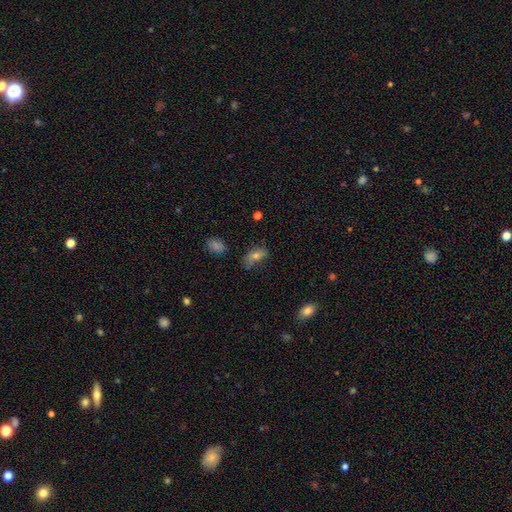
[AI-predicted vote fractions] This appears to be a smooth galaxy with no disk features (56%) that is in between round and cigar-shaped (84%). Merging: none (58%).